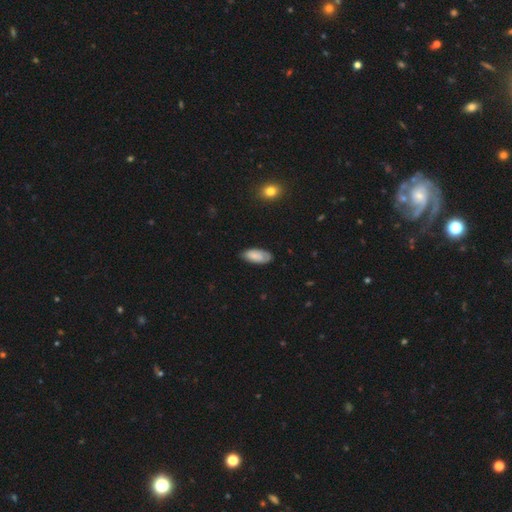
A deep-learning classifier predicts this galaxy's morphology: smooth-or-featured: smooth: 79% | featured or disk: 14% | star or artifact: 7%
  how-rounded: in between: 89% | cigar-shaped: 9% | round: 2%
  merging: none: 74% | minor disturbance: 21% | major disturbance: 4% | merger: 1%